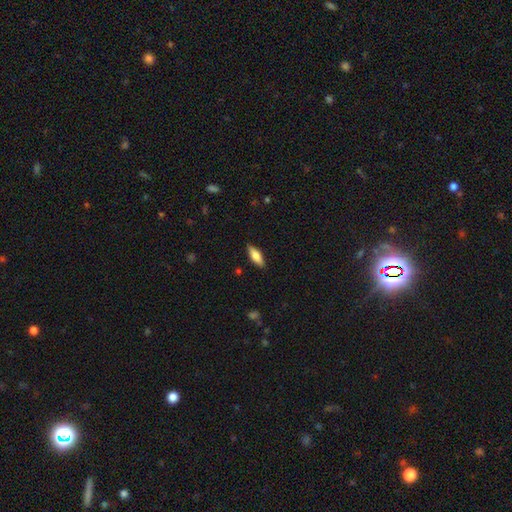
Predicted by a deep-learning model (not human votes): The model was most divided on "how rounded": in between: 60%, cigar-shaped: 38%, round: 2%. More confident: merging — none (88%); smooth or featured — smooth (72%).